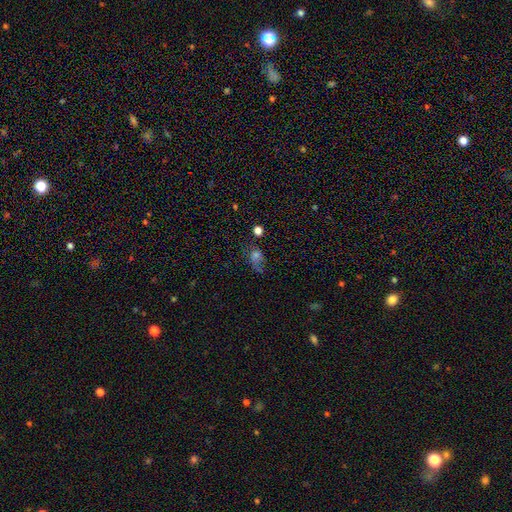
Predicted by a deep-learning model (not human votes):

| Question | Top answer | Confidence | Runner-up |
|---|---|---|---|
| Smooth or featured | smooth | 48% | featured or disk (29%) |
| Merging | none | 36% | major disturbance (35%) |